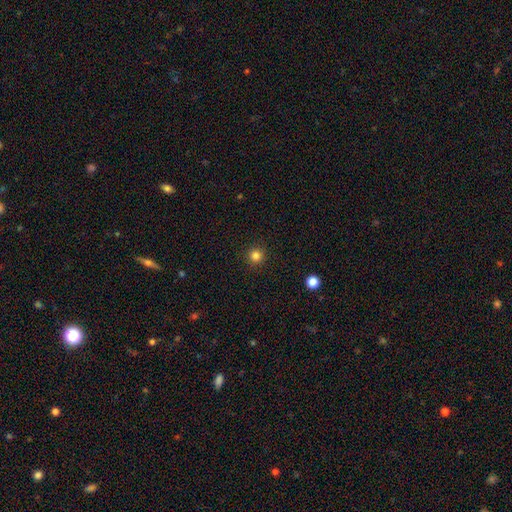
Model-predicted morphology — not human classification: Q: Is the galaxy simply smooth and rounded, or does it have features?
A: smooth — 83%.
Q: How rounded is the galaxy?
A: round — 96%.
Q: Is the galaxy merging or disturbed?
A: none — 93%.